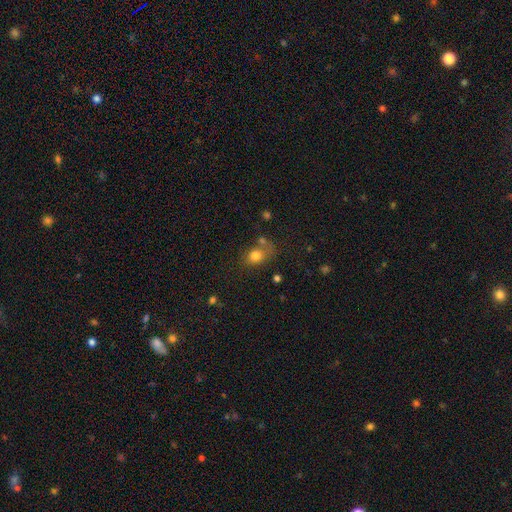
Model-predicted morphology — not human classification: This is likely a smooth galaxy (78%). How rounded: possibly in between (51%). Merging: possibly none (53%).